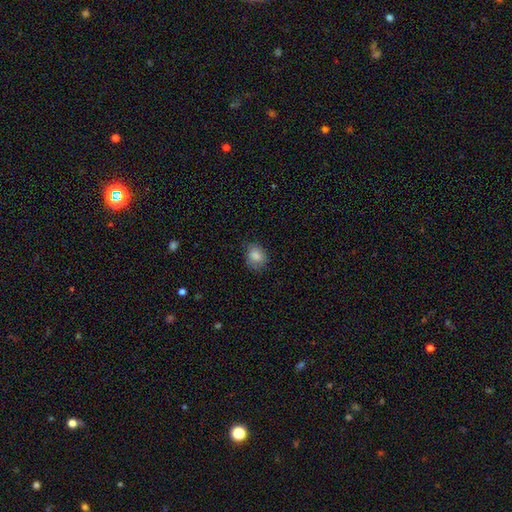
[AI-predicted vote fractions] Overall: smooth (84%). How rounded: round (53%; in between 46%). Merging: none (75%).